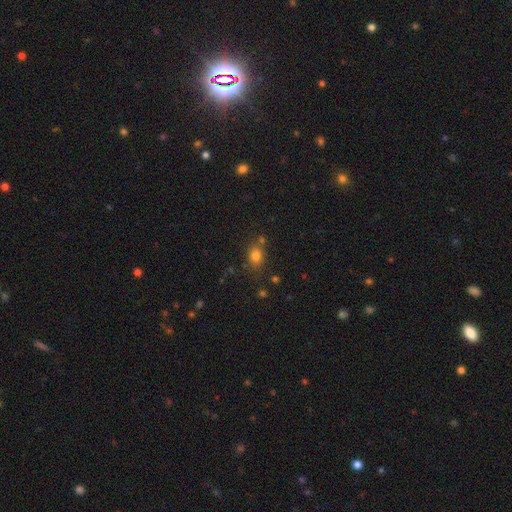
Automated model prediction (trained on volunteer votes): This is likely a smooth galaxy (78%). How rounded: possibly in between (56%). Merging: likely none (71%).